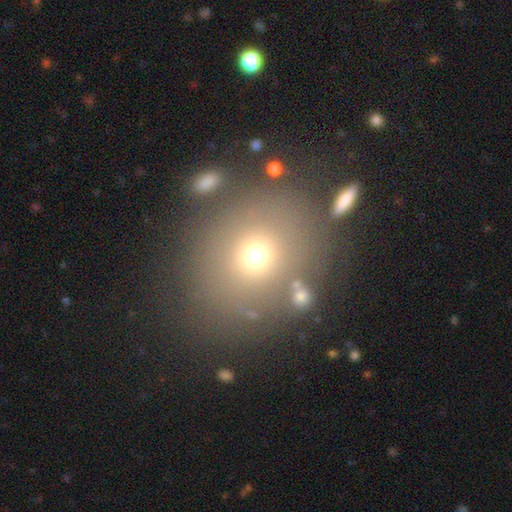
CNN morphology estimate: Smooth or featured? Predicted: smooth (p=0.68). How rounded? Predicted: round (p=0.72). Merging? Predicted: none (p=0.70).